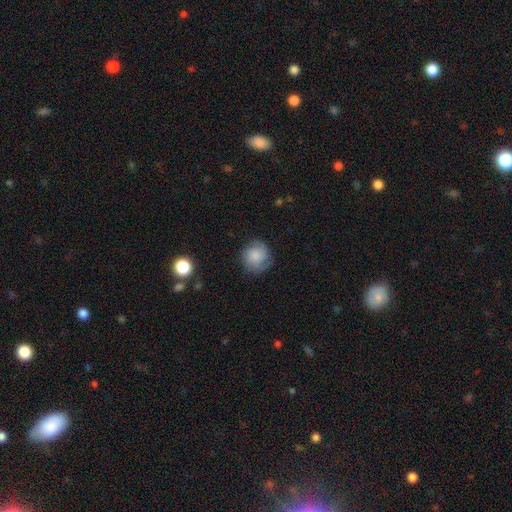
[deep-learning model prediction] The model was most divided on "smooth or featured": smooth: 69%, featured or disk: 22%, star or artifact: 8%. More confident: how rounded — round (88%); merging — none (70%).